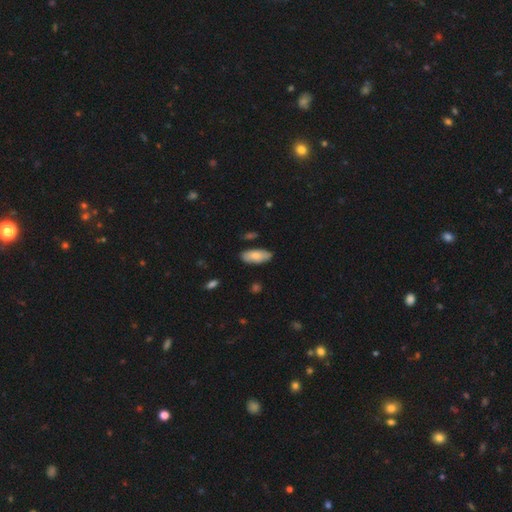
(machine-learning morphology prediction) smooth_or_featured: smooth (p=0.80) [alt: featured or disk p=0.14]
how_rounded: in between (p=0.86) [alt: cigar-shaped p=0.12]
merging: none (p=0.82) [alt: minor disturbance p=0.14]